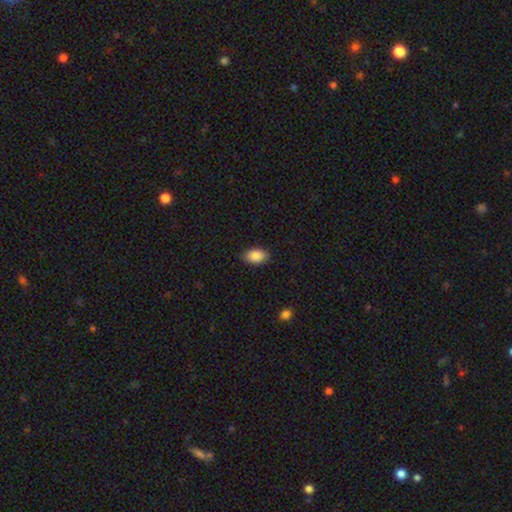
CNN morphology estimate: smooth 88%, star or artifact 7%, featured or disk 4%. Down the decision tree: how rounded — in between (88%); merging — none (87%).